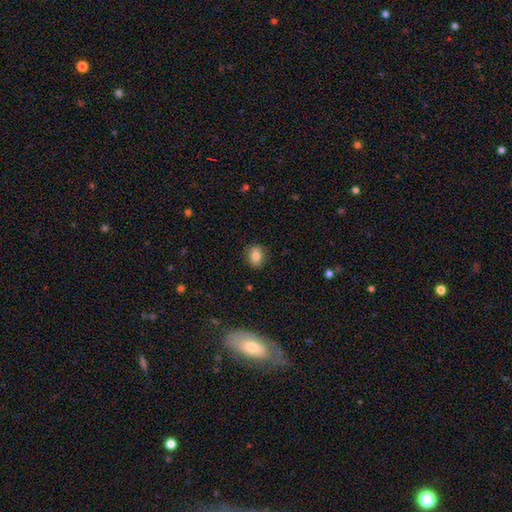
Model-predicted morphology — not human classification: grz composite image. It shows a smooth galaxy with no disk features (84%) that is in between round and cigar-shaped (59%). Merging: none (86%).